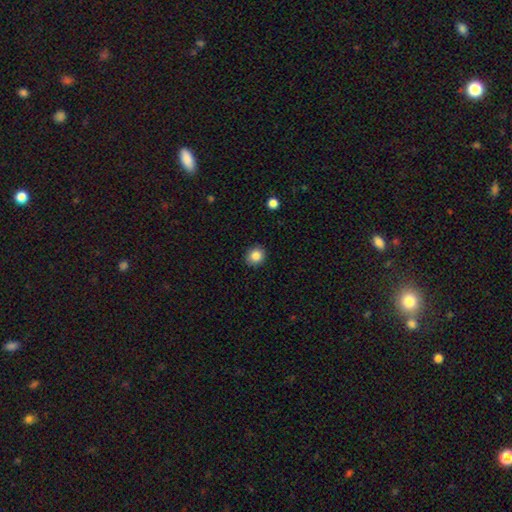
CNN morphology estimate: smooth_or_featured: smooth (p=0.86) [alt: star or artifact p=0.10]
how_rounded: round (p=0.82) [alt: in between p=0.17]
merging: none (p=0.90) [alt: minor disturbance p=0.07]